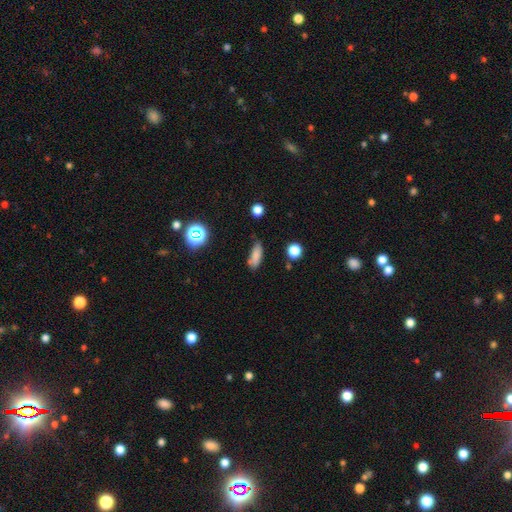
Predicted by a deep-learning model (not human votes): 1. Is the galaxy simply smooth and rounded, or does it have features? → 79% smooth, 11% star or artifact, 9% featured or disk.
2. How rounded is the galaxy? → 64% in between, 32% cigar-shaped, 4% round.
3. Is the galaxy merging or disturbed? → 65% none, 24% minor disturbance, 6% major disturbance, 5% merger.